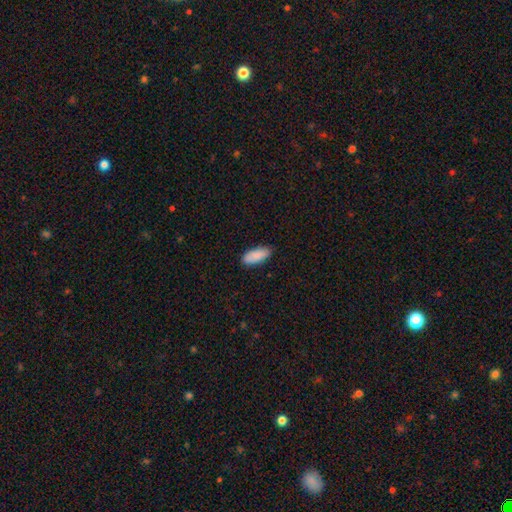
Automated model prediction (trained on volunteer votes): The model was most divided on "how rounded": in between: 84%, cigar-shaped: 15%, round: 2%. More confident: smooth or featured — smooth (89%); merging — none (84%).